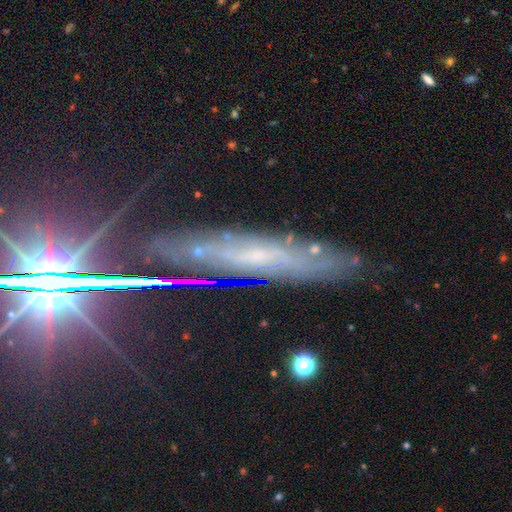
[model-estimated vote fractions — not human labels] The model was most divided on "edge-on disk": yes: 56%, no: 44%. More confident: merging — none (77%); smooth or featured — featured or disk (61%).